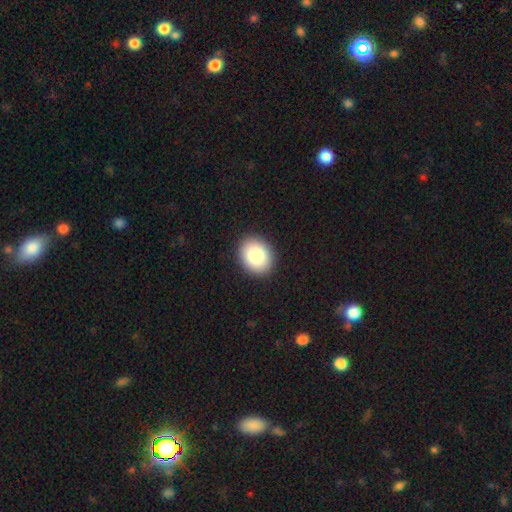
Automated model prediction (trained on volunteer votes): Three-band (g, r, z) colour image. It shows a smooth galaxy with no disk features (86%) that is round (50%). Merging: none (91%).